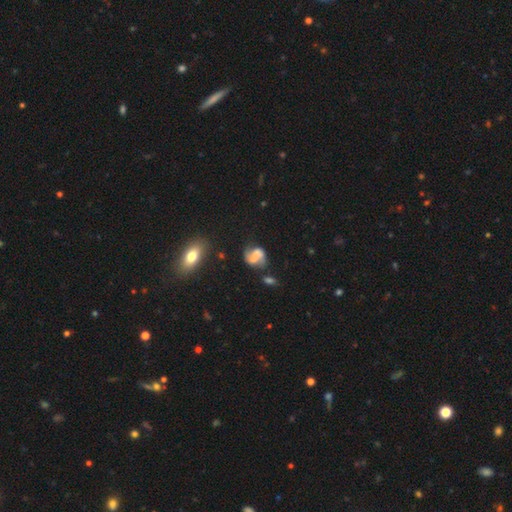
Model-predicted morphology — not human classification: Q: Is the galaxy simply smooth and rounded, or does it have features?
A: featured or disk — 60%.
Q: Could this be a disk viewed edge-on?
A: no — 97%.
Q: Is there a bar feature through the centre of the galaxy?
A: no — 38%.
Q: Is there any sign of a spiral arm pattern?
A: yes — 85%.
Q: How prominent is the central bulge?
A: none — 61%.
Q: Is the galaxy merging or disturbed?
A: none — 54%.